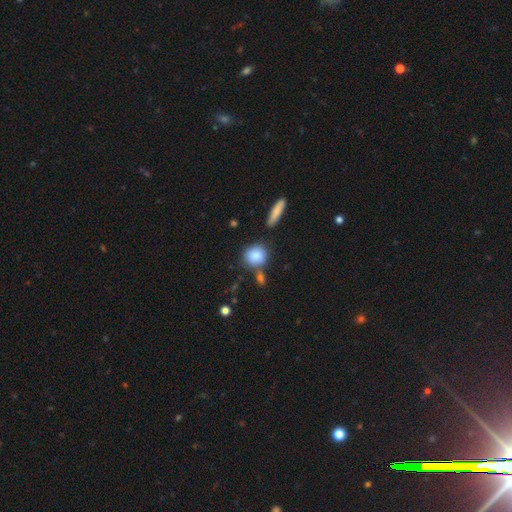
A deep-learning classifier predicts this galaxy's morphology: Overall: smooth (86%). How rounded: round (71%). Merging: none (67%).